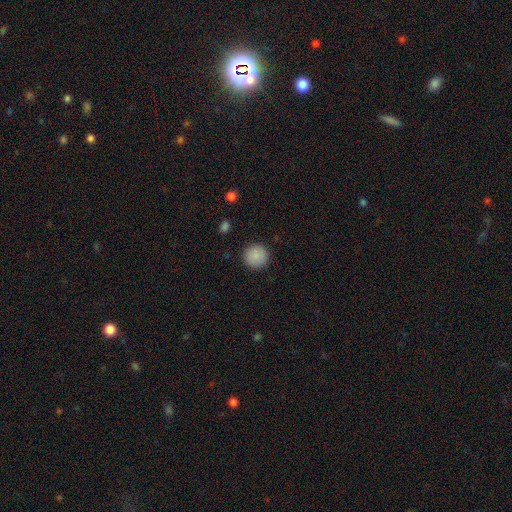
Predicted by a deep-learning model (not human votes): Smooth or featured?
  - smooth: 89% *
  - star or artifact: 8%
  - featured or disk: 3%
How rounded?
  - round: 96% *
  - in between: 4%
  - cigar-shaped: 1%
Merging?
  - none: 92% *
  - minor disturbance: 5%
  - major disturbance: 2%
  - merger: 1%